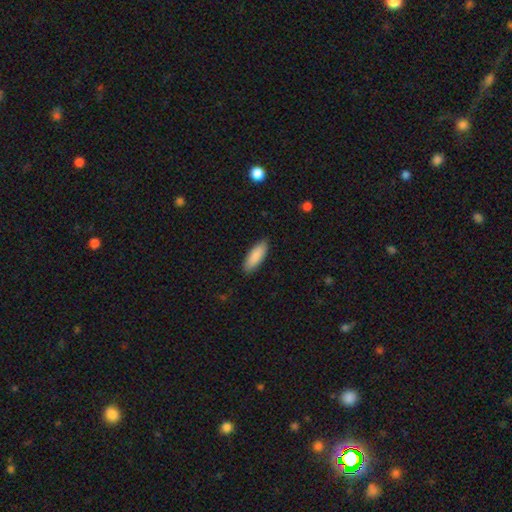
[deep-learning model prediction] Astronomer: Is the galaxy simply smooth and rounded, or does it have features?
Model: smooth — 89%.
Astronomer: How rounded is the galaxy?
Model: in between — 69%.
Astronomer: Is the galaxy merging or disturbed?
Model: none — 89%.